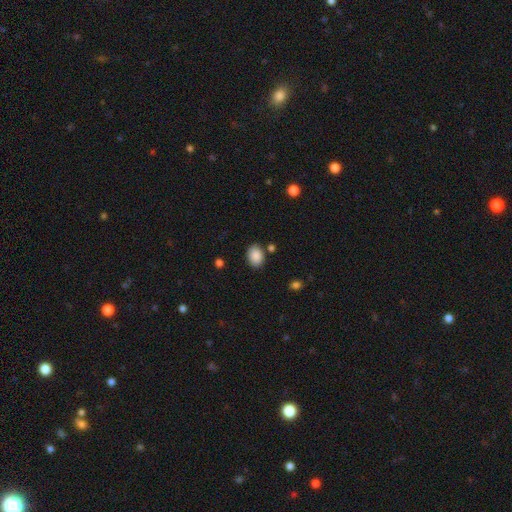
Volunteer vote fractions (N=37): smooth_or_featured: smooth (p=0.86) [alt: star or artifact p=0.11]
how_rounded: in between (p=0.59) [alt: round p=0.38]
merging: none (p=0.85) [alt: minor disturbance p=0.12]